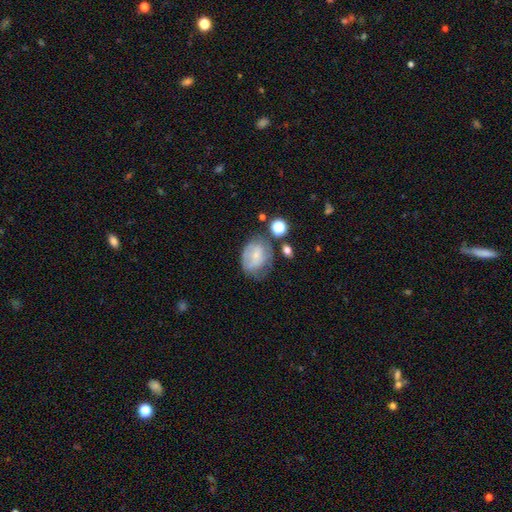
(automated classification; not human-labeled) Overall: smooth (53%; featured or disk 38%). How rounded: in between (52%; round 47%). Merging: none (43%; minor disturbance 30%).